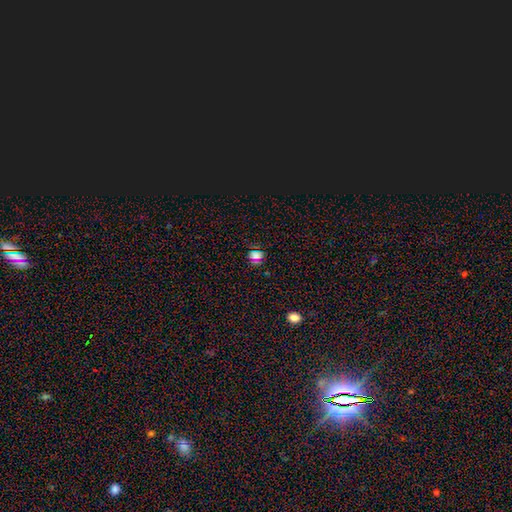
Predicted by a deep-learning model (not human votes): This appears to be a smooth galaxy with no disk features (48%). Merging: none (80%).